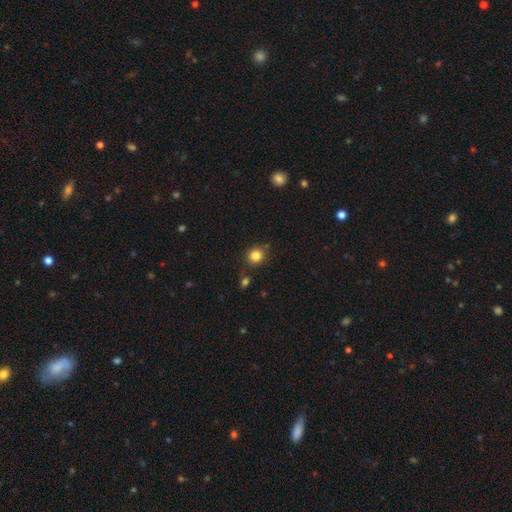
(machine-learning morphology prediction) Overall: smooth (83%). How rounded: round (86%). Merging: none (78%).